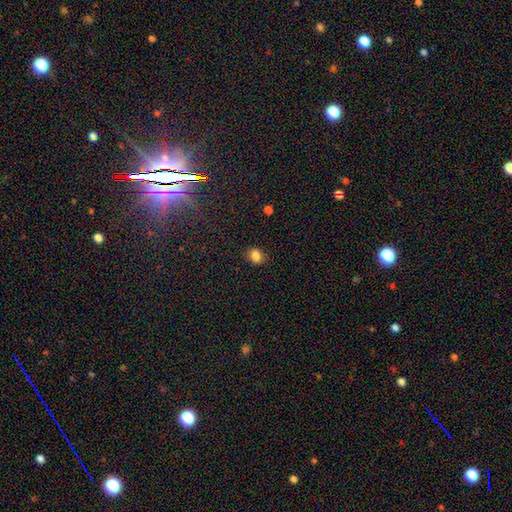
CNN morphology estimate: smooth_or_featured: smooth (p=0.83) [alt: star or artifact p=0.12]
how_rounded: round (p=0.61) [alt: in between p=0.39]
merging: none (p=0.86) [alt: minor disturbance p=0.10]